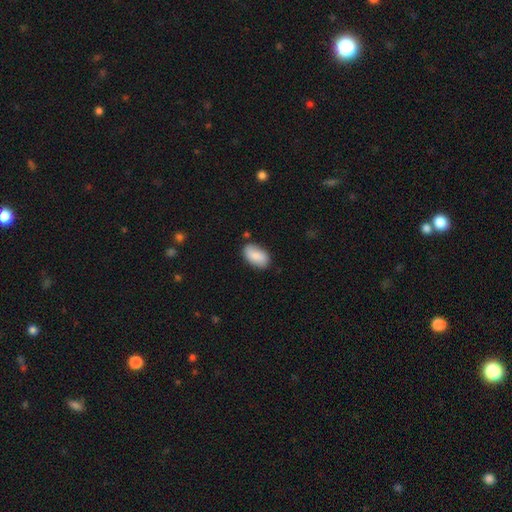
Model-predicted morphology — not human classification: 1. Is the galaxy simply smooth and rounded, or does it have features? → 84% smooth, 9% featured or disk, 6% star or artifact.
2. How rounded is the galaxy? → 94% in between, 4% round, 2% cigar-shaped.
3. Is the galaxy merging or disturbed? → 78% none, 16% minor disturbance, 3% major disturbance, 3% merger.